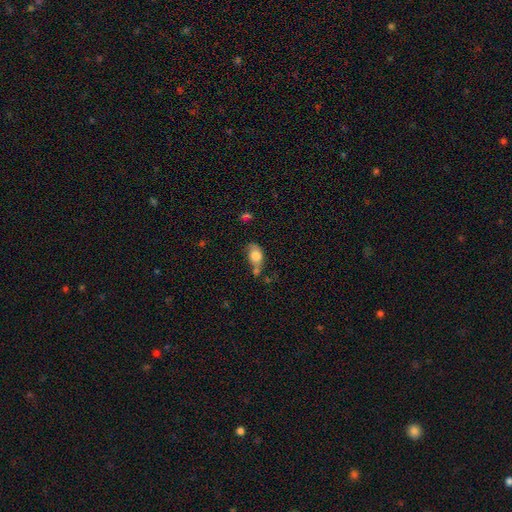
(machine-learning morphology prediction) smooth 76%, featured or disk 16%, star or artifact 8%. Down the decision tree: how rounded — in between (78%); merging — none (33%).